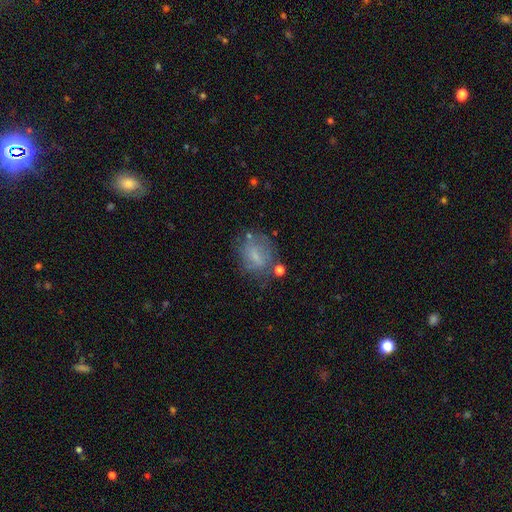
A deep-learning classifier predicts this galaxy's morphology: Smooth or featured: smooth — 55% (featured or disk — 34%)
How rounded: in between — 55% (round — 42%)
Merging: none — 59% (minor disturbance — 22%)